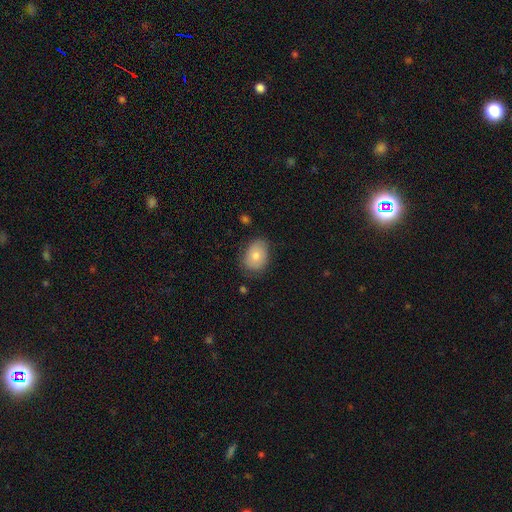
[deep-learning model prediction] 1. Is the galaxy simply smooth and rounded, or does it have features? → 76% smooth, 16% featured or disk, 8% star or artifact.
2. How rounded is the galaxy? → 67% in between, 32% round, 1% cigar-shaped.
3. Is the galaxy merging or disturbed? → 72% none, 22% minor disturbance, 5% major disturbance, 1% merger.